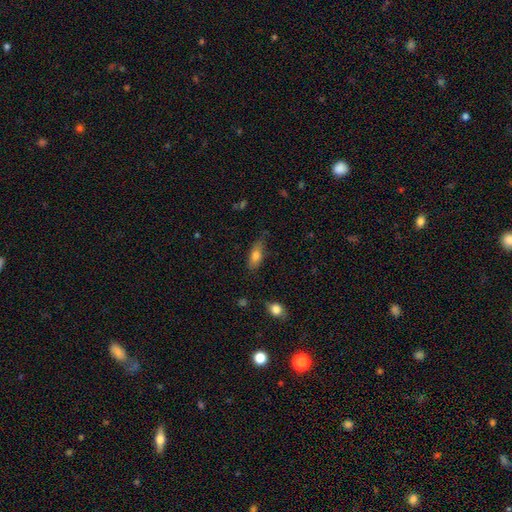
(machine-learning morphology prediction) A smooth galaxy with no disk features (77%) that is in between round and cigar-shaped (76%).

Vote fractions:
- Smooth or featured? smooth: 77% / featured or disk: 15% / star or artifact: 8%
- How rounded? in between: 76% / cigar-shaped: 21% / round: 4%
- Merging? none: 69% / minor disturbance: 23% / major disturbance: 5% / merger: 2%